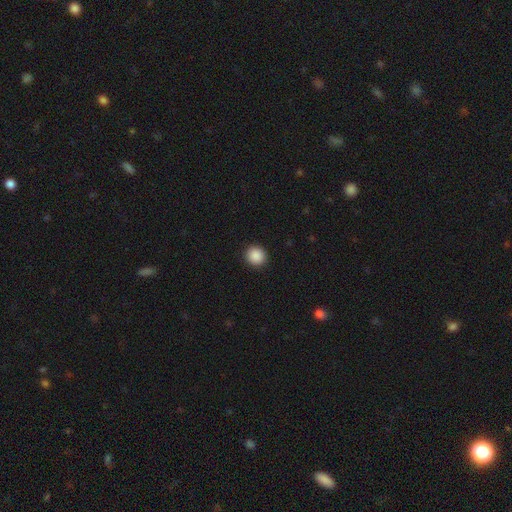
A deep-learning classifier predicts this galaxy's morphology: The model was most divided on "smooth or featured": smooth: 89%, star or artifact: 9%, featured or disk: 2%. More confident: merging — none (93%); how rounded — round (91%).